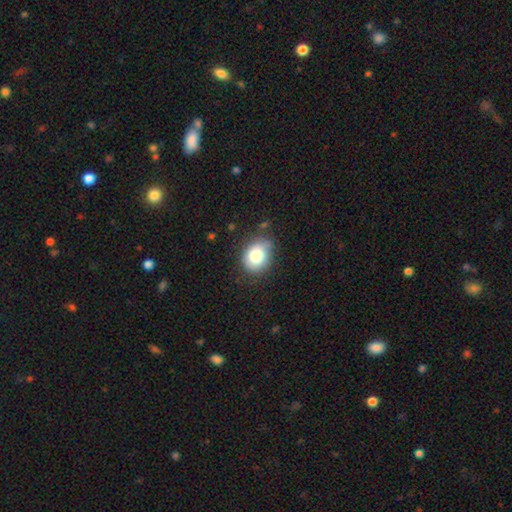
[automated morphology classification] Smooth or featured? smooth (79%)
How rounded? round (51%)
Merging? none (66%)